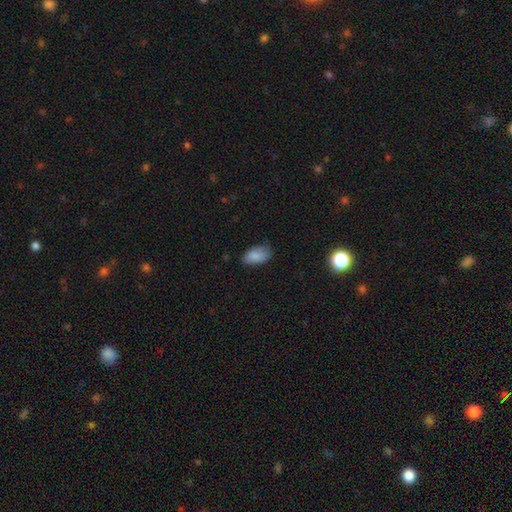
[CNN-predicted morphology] Smooth or featured: smooth — 85% (star or artifact — 8%)
How rounded: in between — 93% (round — 4%)
Merging: none — 67% (minor disturbance — 26%)